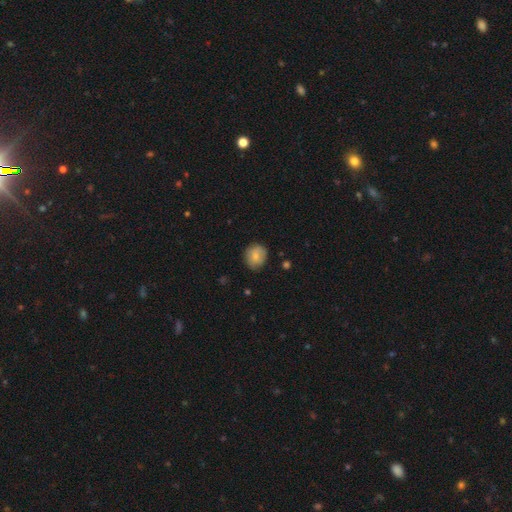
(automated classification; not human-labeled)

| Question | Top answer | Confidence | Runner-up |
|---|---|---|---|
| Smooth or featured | smooth | 78% | featured or disk (14%) |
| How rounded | round | 80% | in between (19%) |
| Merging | none | 80% | minor disturbance (16%) |